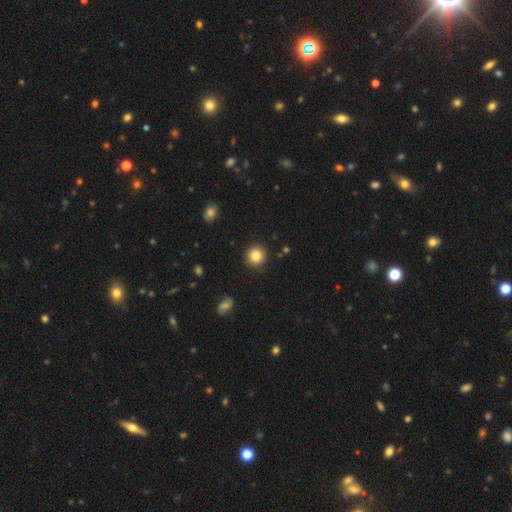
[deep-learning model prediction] Smooth or featured? Predicted: smooth (p=0.83). How rounded? Predicted: round (p=0.93). Merging? Predicted: none (p=0.91).